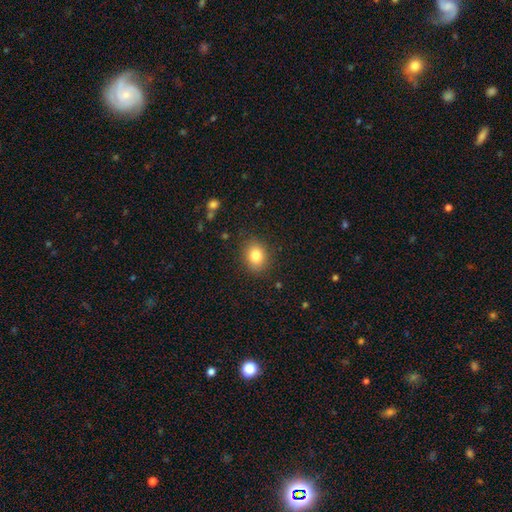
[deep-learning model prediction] Q: Smooth or featured?
A: smooth (83%); runner-up: star or artifact (9%)
Q: How rounded?
A: in between (52%); runner-up: round (47%)
Q: Merging?
A: none (86%); runner-up: minor disturbance (10%)